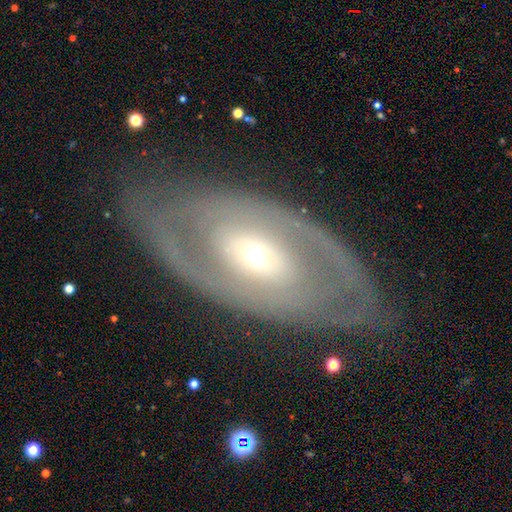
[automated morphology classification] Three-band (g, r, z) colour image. It shows a featured or disk galaxy (77%) with no bar (66%), spiral arms (58%) and a small central bulge (53%). Merging: none (75%).